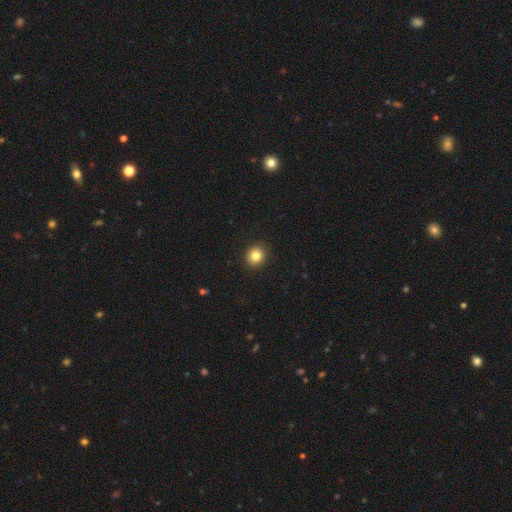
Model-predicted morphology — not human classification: This appears to be a smooth galaxy with no disk features (83%) that is round (89%). Merging: none (92%).